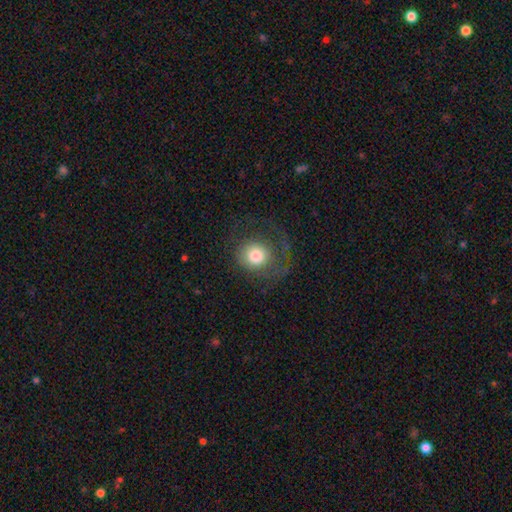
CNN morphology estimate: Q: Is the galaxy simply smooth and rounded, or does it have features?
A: smooth — 71%.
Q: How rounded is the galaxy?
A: round — 85%.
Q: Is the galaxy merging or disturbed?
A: none — 53%.